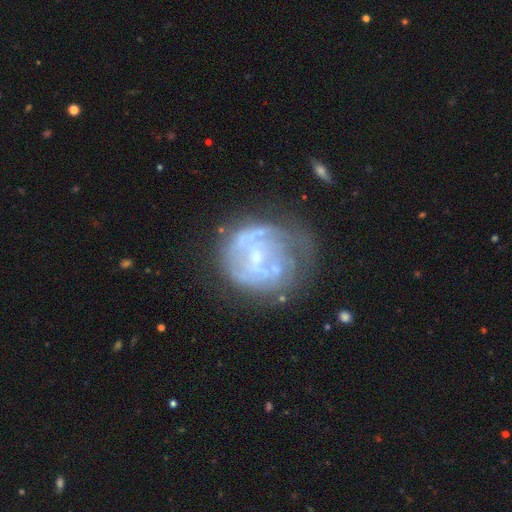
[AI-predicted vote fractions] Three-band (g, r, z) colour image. It shows a featured or disk galaxy (70%) with no bar (64%), spiral arms (57%) and a small central bulge (68%). Merging: none (49%).